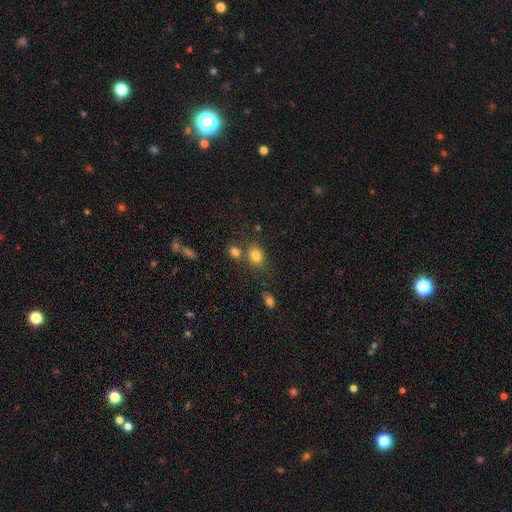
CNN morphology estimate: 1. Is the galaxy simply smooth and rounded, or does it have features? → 80% smooth, 12% star or artifact, 8% featured or disk.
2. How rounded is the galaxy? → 64% in between, 34% round, 1% cigar-shaped.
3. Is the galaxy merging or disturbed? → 63% none, 20% merger, 13% minor disturbance, 4% major disturbance.